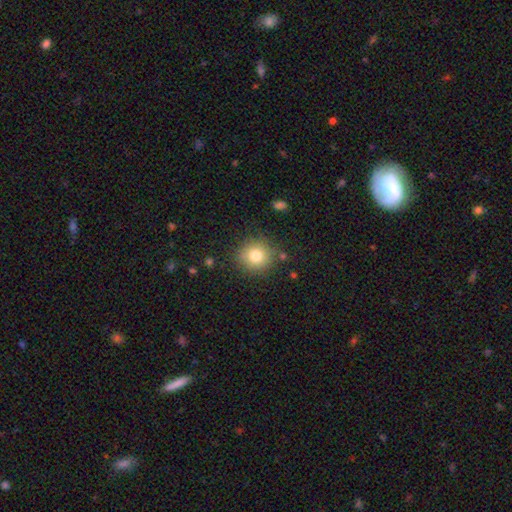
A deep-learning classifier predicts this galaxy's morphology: The model was most divided on "smooth or featured": smooth: 78%, star or artifact: 12%, featured or disk: 10%. More confident: how rounded — round (91%); merging — none (85%).